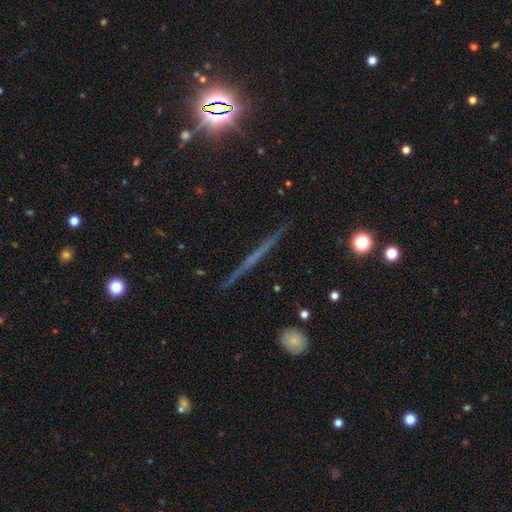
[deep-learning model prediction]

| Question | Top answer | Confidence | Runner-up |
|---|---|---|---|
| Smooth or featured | featured or disk | 64% | smooth (22%) |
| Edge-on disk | yes | 97% | no (3%) |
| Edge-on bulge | none | 73% | rounded (19%) |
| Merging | none | 91% | minor disturbance (6%) |